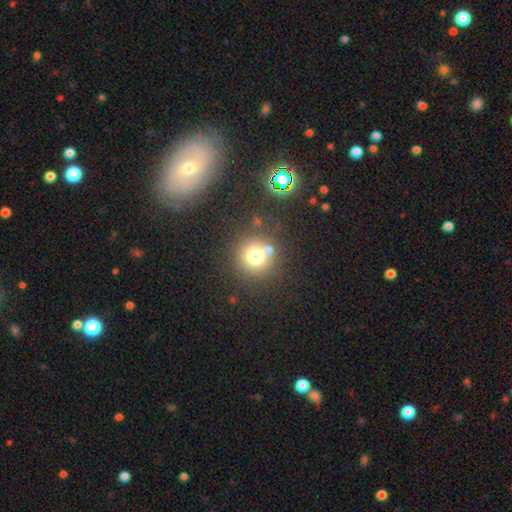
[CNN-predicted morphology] The model was most divided on "smooth or featured": smooth: 70%, star or artifact: 18%, featured or disk: 12%. More confident: how rounded — round (93%); merging — none (71%).